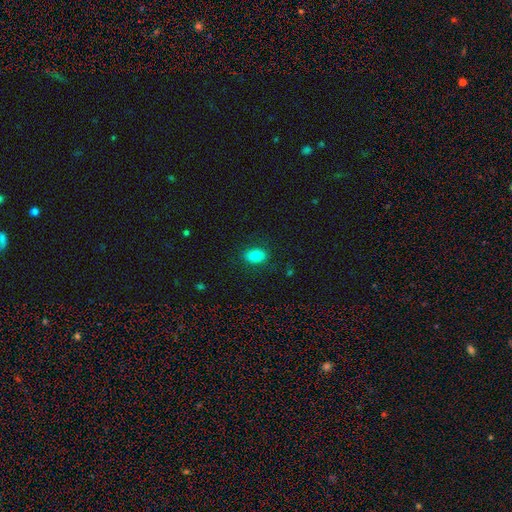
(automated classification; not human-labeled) Overall: smooth (82%). How rounded: in between (81%). Merging: none (84%).